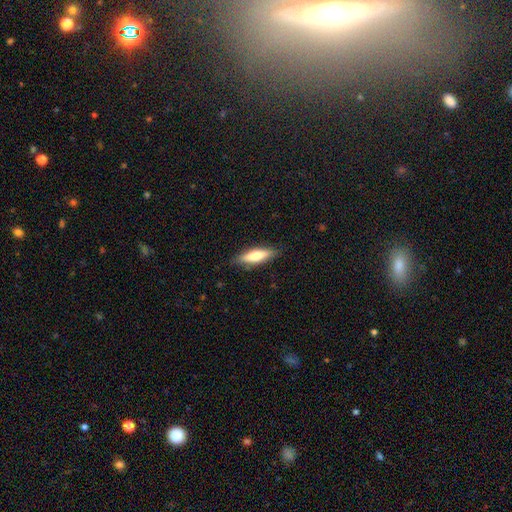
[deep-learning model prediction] The model was most divided on "how rounded": cigar-shaped: 60%, in between: 38%, round: 2%. More confident: merging — none (86%); smooth or featured — smooth (65%).